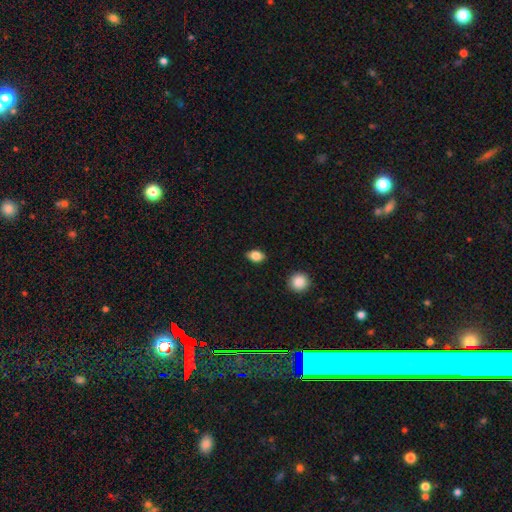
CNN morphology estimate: Smooth or featured: smooth — 84% (star or artifact — 9%)
How rounded: in between — 77% (round — 21%)
Merging: none — 87% (minor disturbance — 10%)